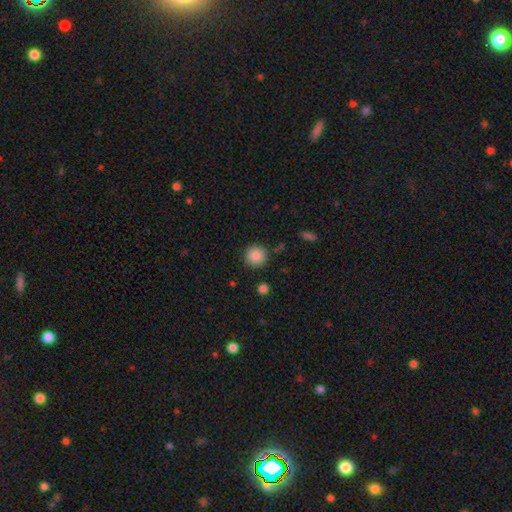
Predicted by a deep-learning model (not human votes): Overall: smooth (87%). How rounded: round (94%). Merging: none (88%).